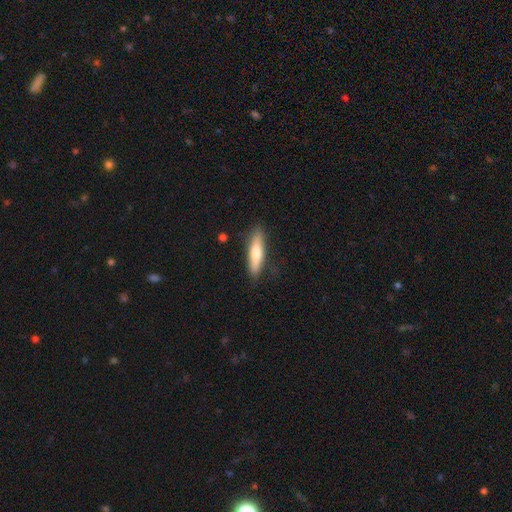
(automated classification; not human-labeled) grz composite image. It shows a smooth galaxy with no disk features (71%) that is cigar-shaped (74%). Merging: none (82%).